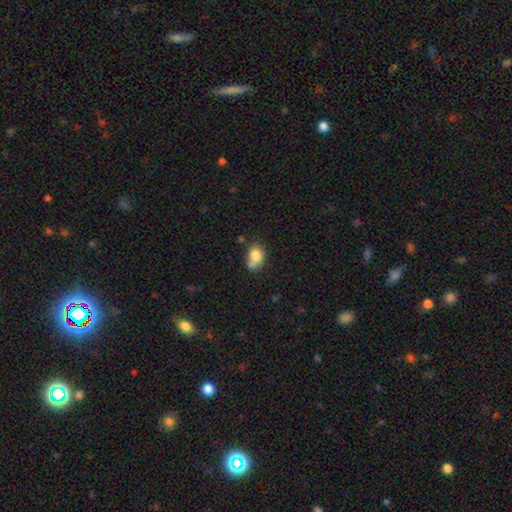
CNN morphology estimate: type=smooth (79%); roundness=in between (50%); merging=none (46%).